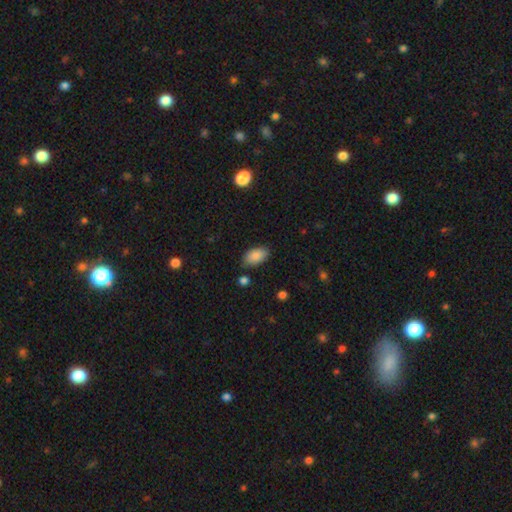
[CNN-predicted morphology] Smooth or featured? Predicted: smooth (p=0.87). How rounded? Predicted: in between (p=0.94). Merging? Predicted: none (p=0.79).